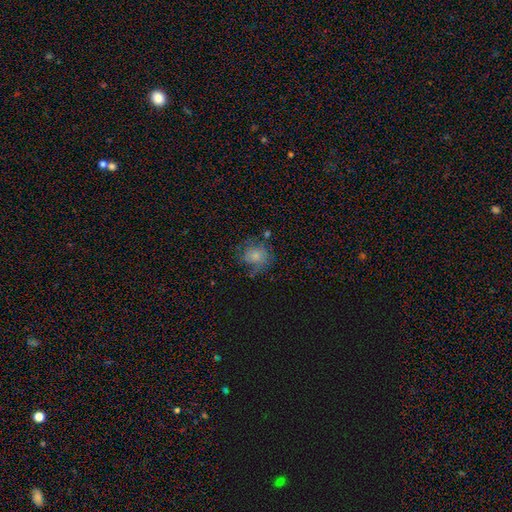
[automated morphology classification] Smooth or featured? smooth (63%)
How rounded? round (75%)
Merging? none (53%)